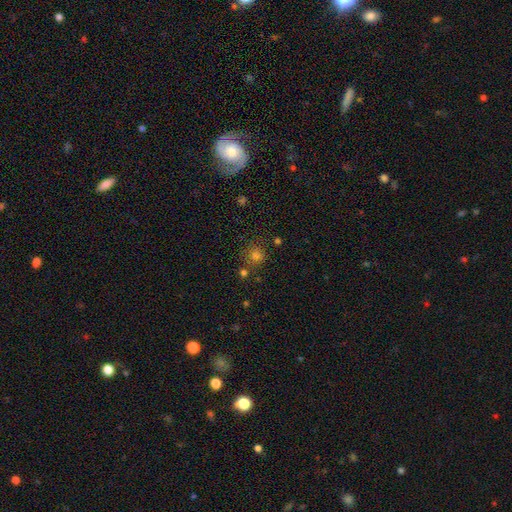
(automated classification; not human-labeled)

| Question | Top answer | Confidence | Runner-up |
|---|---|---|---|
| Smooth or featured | smooth | 70% | star or artifact (24%) |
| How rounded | round | 92% | in between (7%) |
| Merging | none | 79% | minor disturbance (9%) |